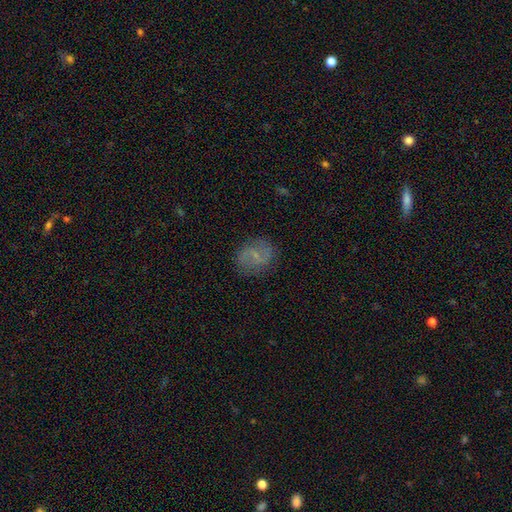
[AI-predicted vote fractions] Smooth or featured? featured or disk (63%)
Edge-on disk? no (97%)
Bar? weak (52%)
Spiral arms? yes (87%)
Spiral winding? medium (45%)
Spiral arm count? 2 (88%)
Bulge size? small (58%)
Merging? none (82%)